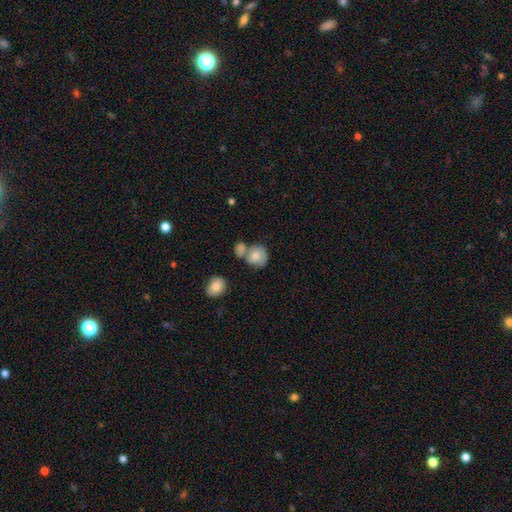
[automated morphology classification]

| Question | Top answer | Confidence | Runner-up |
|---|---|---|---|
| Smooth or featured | smooth | 71% | featured or disk (21%) |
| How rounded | round | 72% | in between (27%) |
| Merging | none | 39% | merger (36%) |